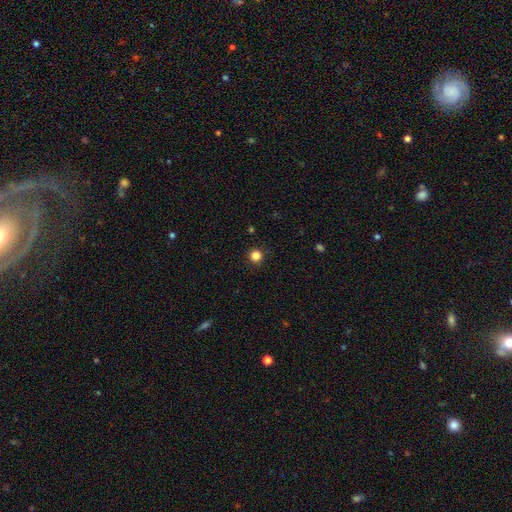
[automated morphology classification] smooth-or-featured: smooth: 84% | star or artifact: 13% | featured or disk: 3%
  how-rounded: round: 95% | in between: 4% | cigar-shaped: 1%
  merging: none: 92% | minor disturbance: 5% | major disturbance: 2% | merger: 1%